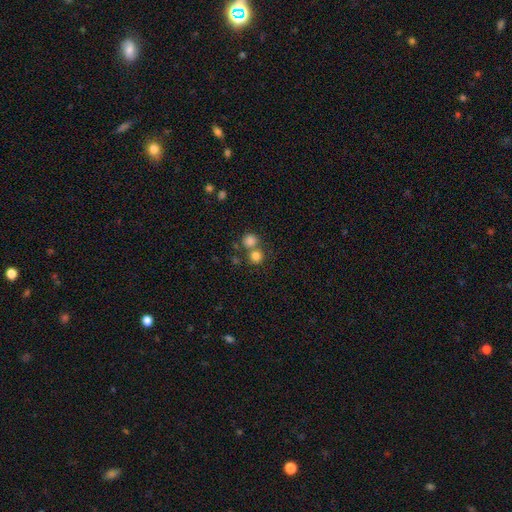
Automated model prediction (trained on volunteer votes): A smooth galaxy with no disk features (80%) that is round (90%).

Vote fractions:
- Smooth or featured? smooth: 80% / star or artifact: 13% / featured or disk: 7%
- How rounded? round: 90% / in between: 9% / cigar-shaped: 1%
- Merging? none: 59% / merger: 31% / minor disturbance: 7% / major disturbance: 3%